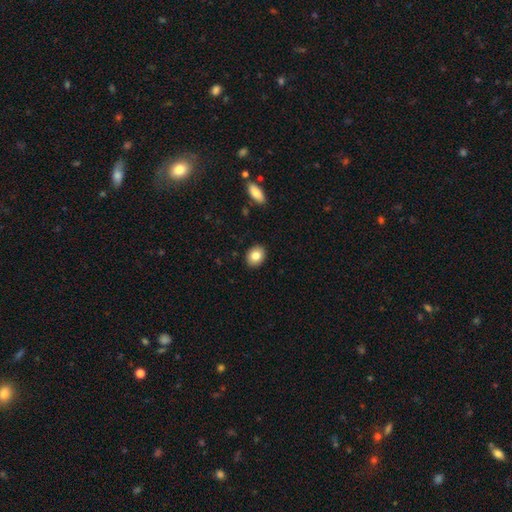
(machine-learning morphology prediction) smooth 83%, featured or disk 9%, star or artifact 8%. Down the decision tree: how rounded — in between (59%); merging — none (90%).